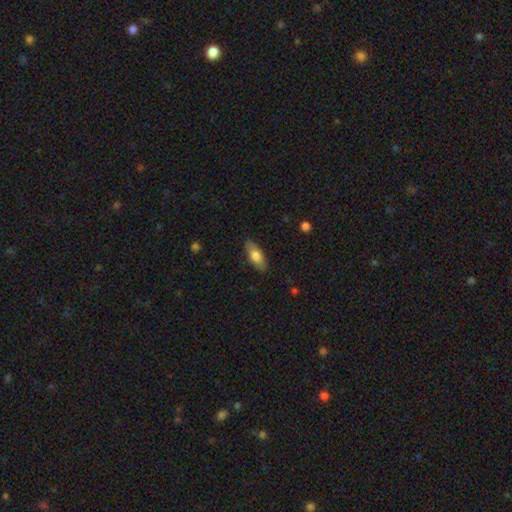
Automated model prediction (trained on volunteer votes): Smooth or featured? Predicted: smooth (p=0.72). How rounded? Predicted: in between (p=0.77). Merging? Predicted: none (p=0.85).